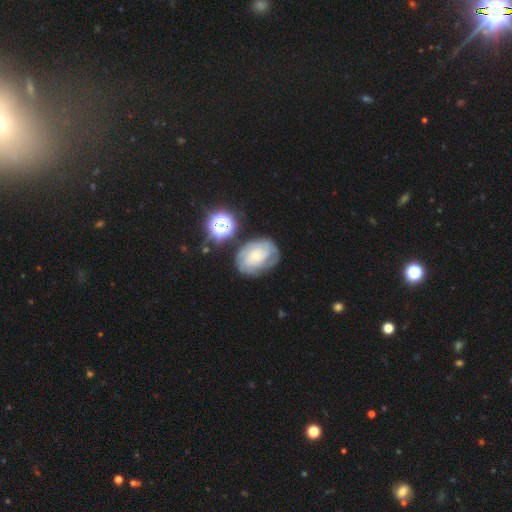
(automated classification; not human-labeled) This appears to be a featured or disk galaxy (71%) with no bar (78%), tight (66%) spiral arms (90%) and a small central bulge (74%). Merging: none (66%).